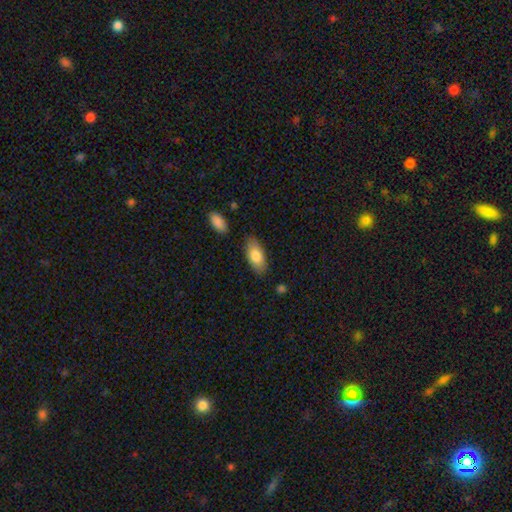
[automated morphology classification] A smooth galaxy with no disk features (81%) that is in between round and cigar-shaped (90%). Merging: none (82%).